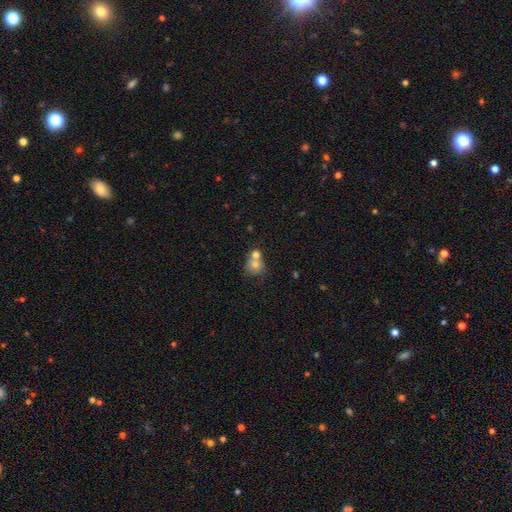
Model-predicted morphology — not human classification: The model was most divided on "merging": merger: 56%, none: 32%, minor disturbance: 8%, major disturbance: 4%. More confident: how rounded — round (75%); smooth or featured — smooth (72%).